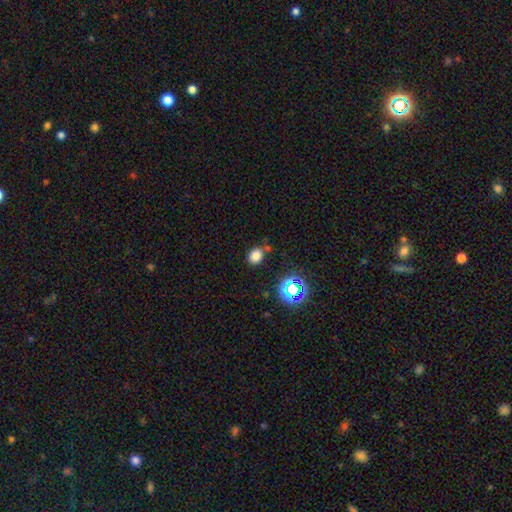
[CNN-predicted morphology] smooth 76%, star or artifact 18%, featured or disk 6%. Down the decision tree: how rounded — round (53%); merging — none (72%).